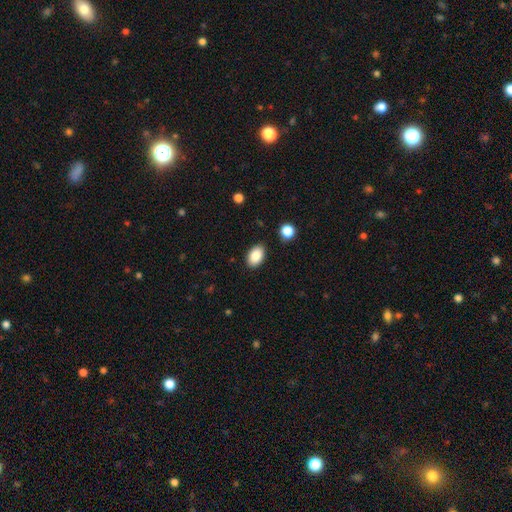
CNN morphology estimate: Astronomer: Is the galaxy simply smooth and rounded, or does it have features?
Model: smooth — 88%.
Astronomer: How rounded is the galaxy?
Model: in between — 90%.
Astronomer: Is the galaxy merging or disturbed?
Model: none — 88%.